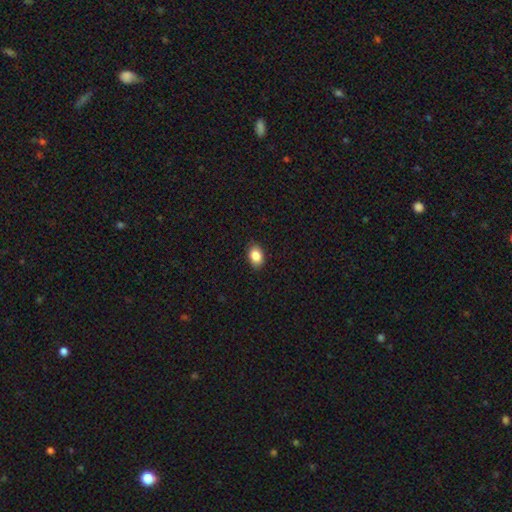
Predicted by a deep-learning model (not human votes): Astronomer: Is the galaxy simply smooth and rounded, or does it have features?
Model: smooth — 86%.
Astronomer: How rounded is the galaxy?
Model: in between — 82%.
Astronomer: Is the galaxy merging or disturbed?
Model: none — 88%.